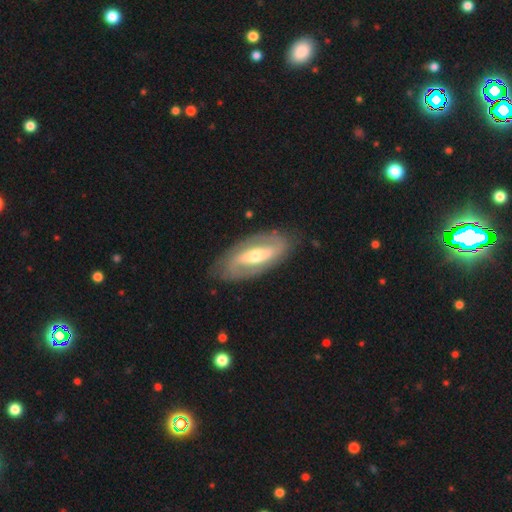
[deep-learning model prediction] Smooth or featured: featured or disk — 80% (smooth — 16%)
Edge-on disk: no — 91% (yes — 9%)
Bar: strong — 49% (weak — 29%)
Spiral arms: yes — 79% (no — 21%)
Spiral winding: medium — 40% (tight — 38%)
Spiral arm count: 2 — 85% (can't tell — 9%)
Bulge size: moderate — 64% (small — 27%)
Merging: none — 83% (minor disturbance — 12%)